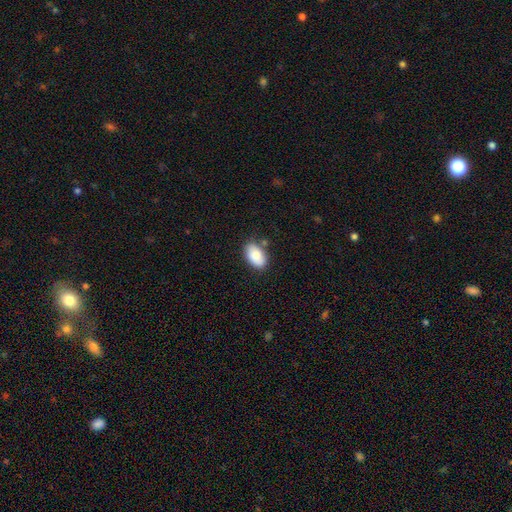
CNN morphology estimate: Smooth or featured?
  - smooth: 84% *
  - featured or disk: 9%
  - star or artifact: 7%
How rounded?
  - in between: 92% *
  - round: 7%
  - cigar-shaped: 1%
Merging?
  - none: 77% *
  - minor disturbance: 15%
  - merger: 5%
  - major disturbance: 3%